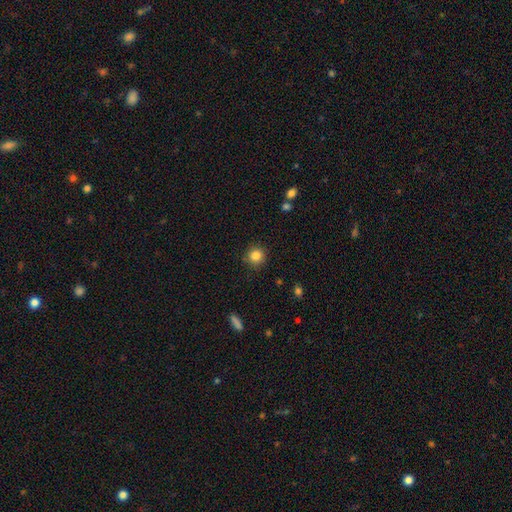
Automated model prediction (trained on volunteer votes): This appears to be a smooth galaxy with no disk features (84%) that is round (93%). Merging: none (89%).